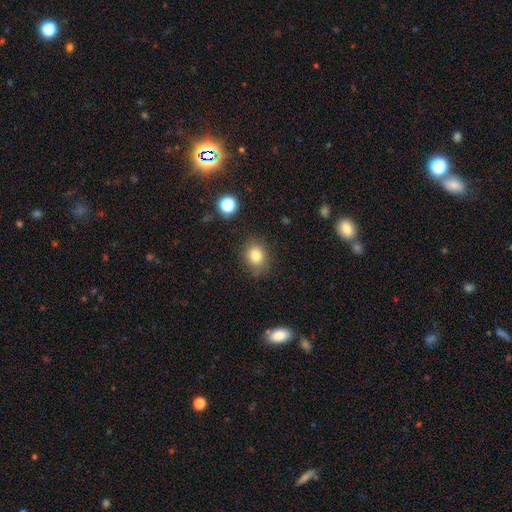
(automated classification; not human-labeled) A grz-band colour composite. It shows a smooth galaxy with no disk features (80%) that is round (63%). Merging: none (80%).